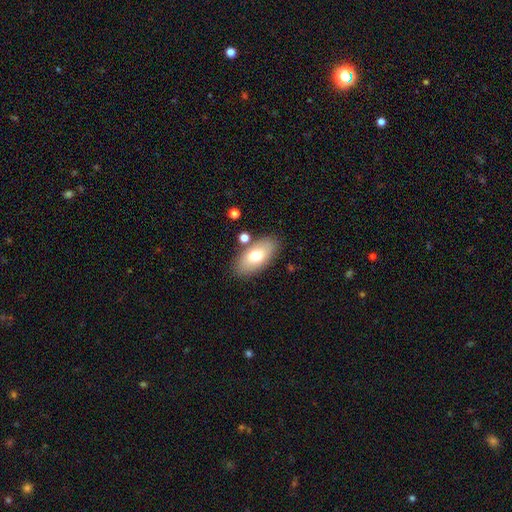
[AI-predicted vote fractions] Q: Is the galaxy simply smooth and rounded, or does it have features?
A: smooth — 72%.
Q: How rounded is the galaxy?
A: in between — 91%.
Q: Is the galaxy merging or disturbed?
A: none — 82%.